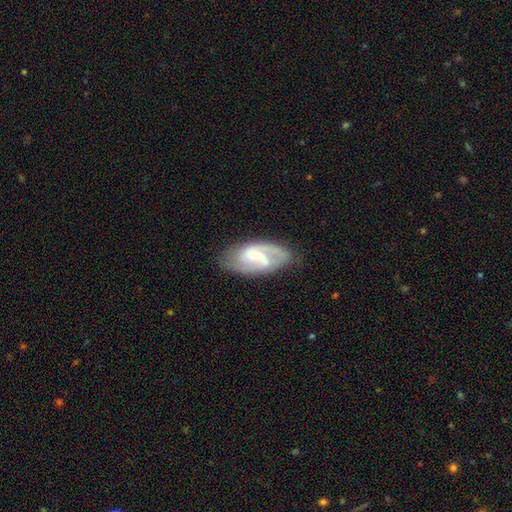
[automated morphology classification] smooth_or_featured: featured or disk (p=0.80) [alt: smooth p=0.14]
disk_edge_on: no (p=0.96) [alt: yes p=0.04]
bar: weak (p=0.54) [alt: strong p=0.24]
has_spiral_arms: yes (p=0.93) [alt: no p=0.07]
spiral_winding: medium (p=0.50) [alt: tight p=0.29]
spiral_arm_count: 2 (p=0.80) [alt: can't tell p=0.10]
bulge_size: small (p=0.55) [alt: moderate p=0.33]
merging: none (p=0.76) [alt: minor disturbance p=0.17]